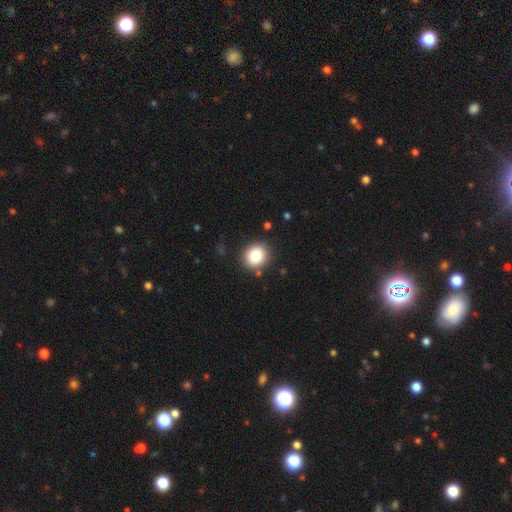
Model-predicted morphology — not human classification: This appears to be a smooth galaxy with no disk features (82%) that is round (79%). Merging: none (87%).